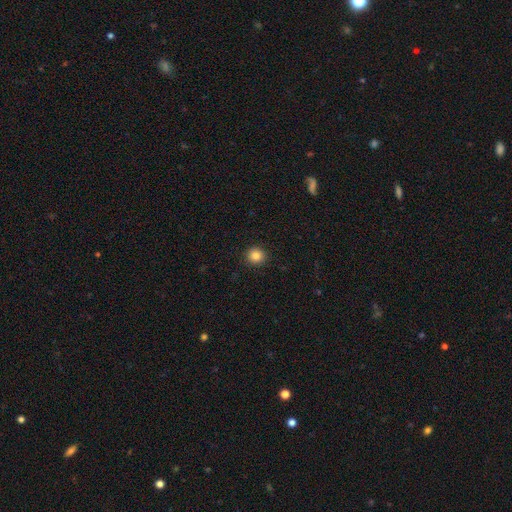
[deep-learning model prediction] smooth_or_featured: smooth (p=0.84) [alt: star or artifact p=0.11]
how_rounded: round (p=0.91) [alt: in between p=0.08]
merging: none (p=0.92) [alt: minor disturbance p=0.05]